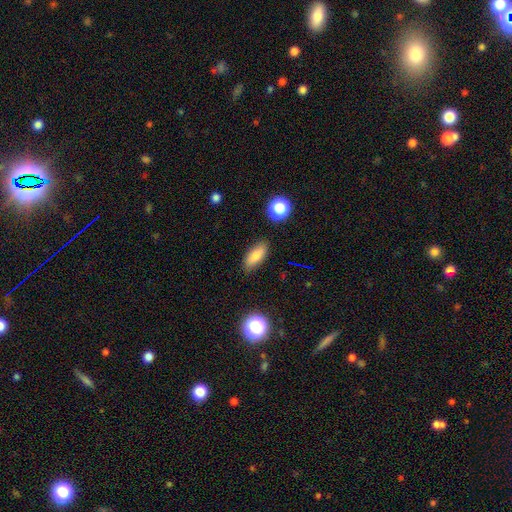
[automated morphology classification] A smooth galaxy with no disk features (81%) that is in between round and cigar-shaped (78%). Merging: none (84%).